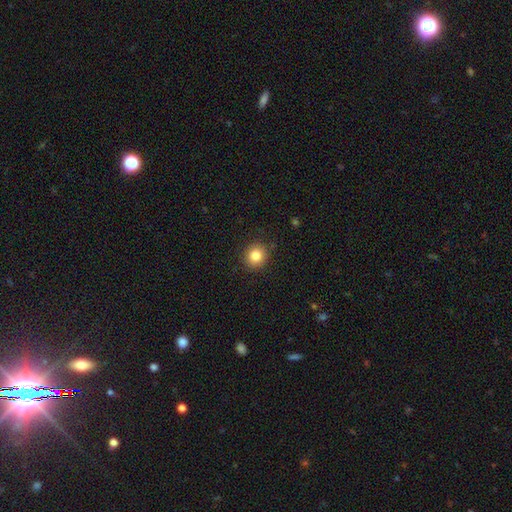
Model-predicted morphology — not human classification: This appears to be a smooth galaxy with no disk features (84%) that is round (86%). Merging: none (89%).